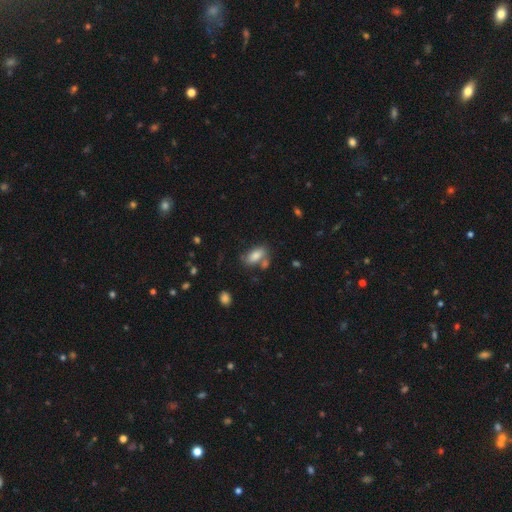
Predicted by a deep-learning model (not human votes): The model was most divided on "merging": none: 58%, merger: 20%, minor disturbance: 16%, major disturbance: 6%. More confident: how rounded — in between (89%); smooth or featured — smooth (82%).